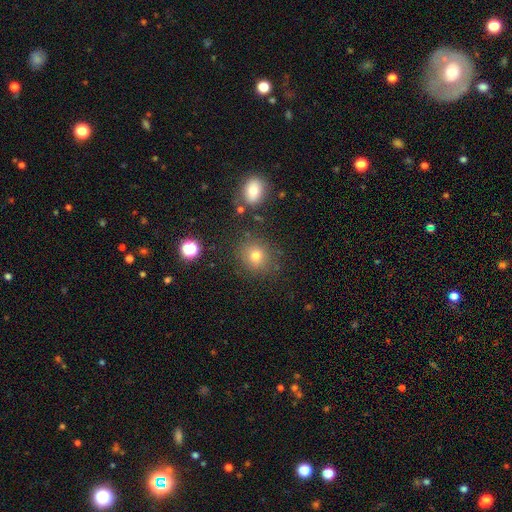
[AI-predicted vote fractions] smooth_or_featured: smooth (p=0.75) [alt: star or artifact p=0.16]
how_rounded: round (p=0.82) [alt: in between p=0.17]
merging: none (p=0.83) [alt: minor disturbance p=0.09]